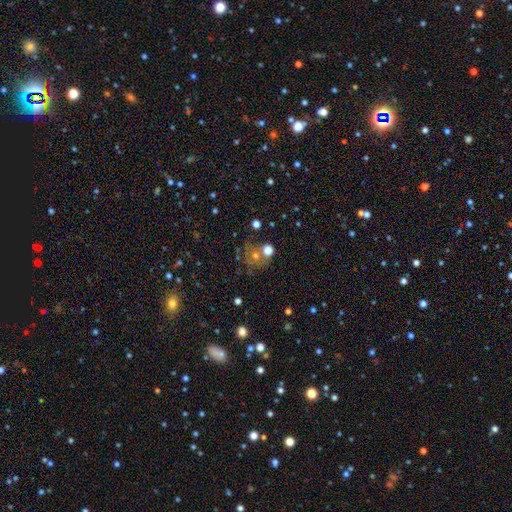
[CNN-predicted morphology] Smooth or featured? smooth (45%)
Merging? none (64%)